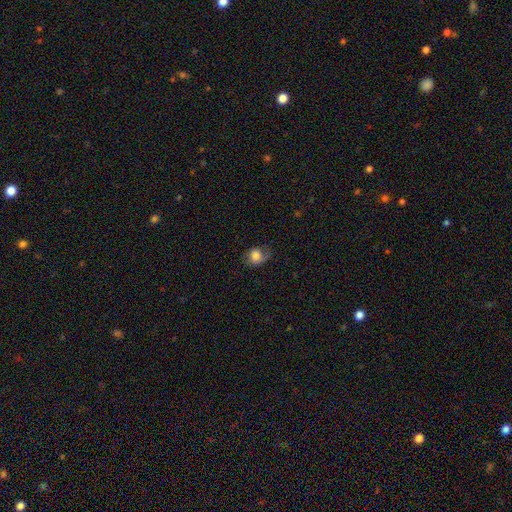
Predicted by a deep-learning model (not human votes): Smooth or featured: smooth — 68% (featured or disk — 23%)
How rounded: round — 59% (in between — 39%)
Merging: none — 47% (minor disturbance — 28%)